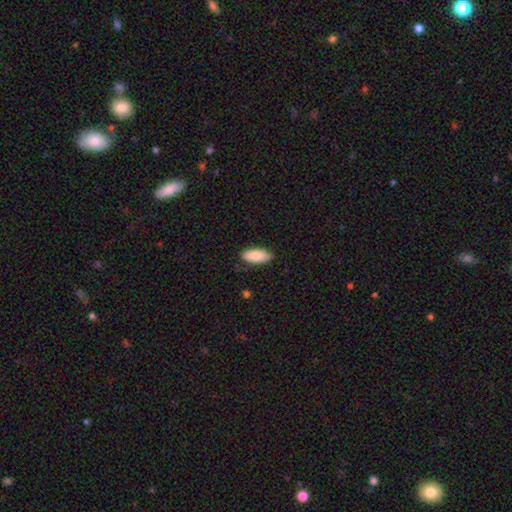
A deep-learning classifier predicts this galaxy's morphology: Q: Smooth or featured?
A: smooth (87%); runner-up: featured or disk (7%)
Q: How rounded?
A: in between (86%); runner-up: cigar-shaped (12%)
Q: Merging?
A: none (86%); runner-up: minor disturbance (11%)